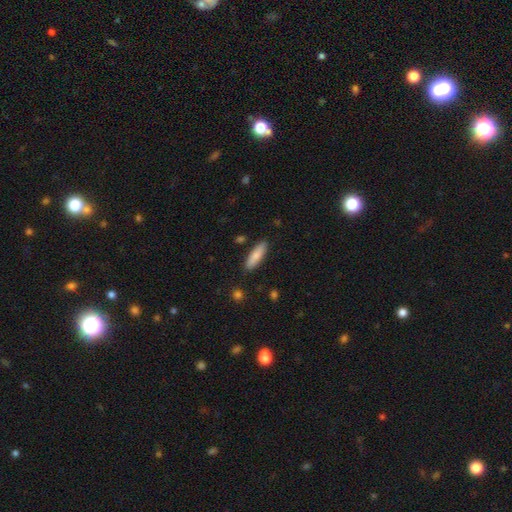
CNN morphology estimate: Overall: smooth (81%). How rounded: cigar-shaped (59%; in between 40%). Merging: none (88%).